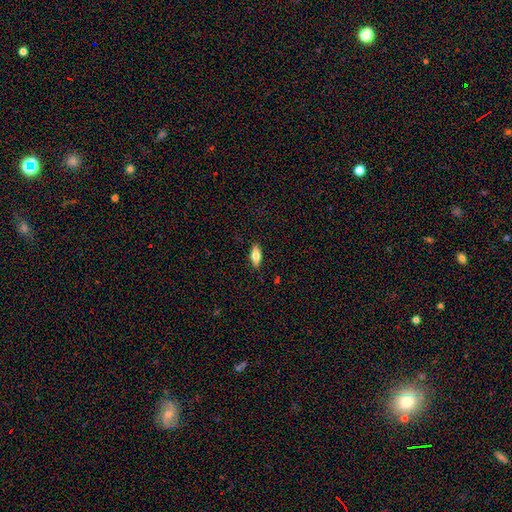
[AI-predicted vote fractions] The model was most divided on "smooth or featured": smooth: 69%, featured or disk: 24%, star or artifact: 7%. More confident: merging — none (87%); how rounded — in between (78%).